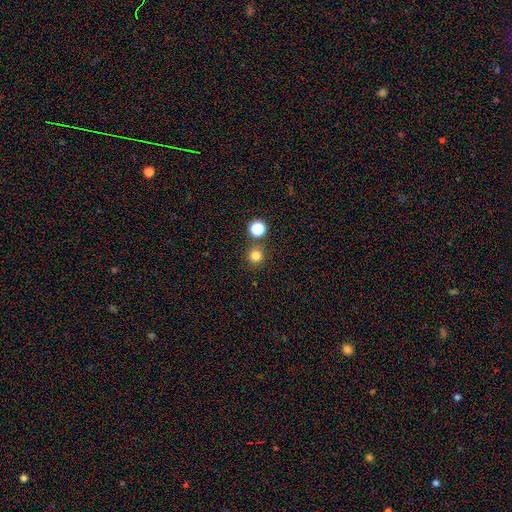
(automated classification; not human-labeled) This is likely a smooth galaxy (80%). How rounded: clearly round (95%). Merging: clearly none (81%).